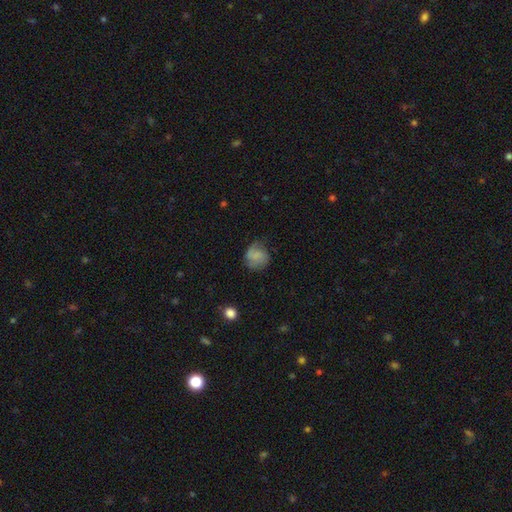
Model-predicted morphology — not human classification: Smooth or featured? smooth (55%)
How rounded? round (71%)
Merging? none (58%)